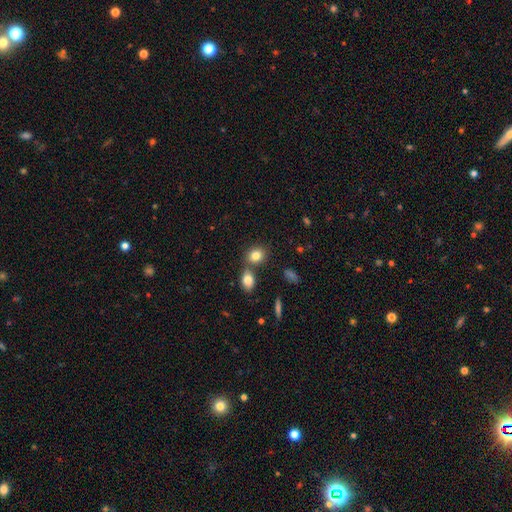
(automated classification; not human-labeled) Q: Smooth or featured?
A: smooth (82%); runner-up: star or artifact (10%)
Q: How rounded?
A: round (58%); runner-up: in between (41%)
Q: Merging?
A: none (59%); runner-up: merger (28%)